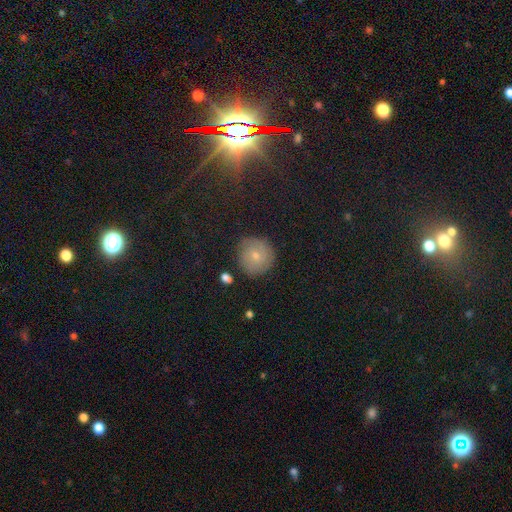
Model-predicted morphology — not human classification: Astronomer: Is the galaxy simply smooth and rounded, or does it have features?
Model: smooth — 58%.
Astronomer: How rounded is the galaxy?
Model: round — 92%.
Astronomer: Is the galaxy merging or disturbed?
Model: none — 82%.